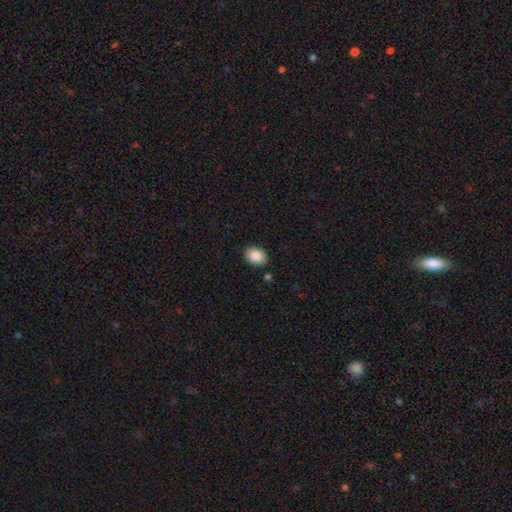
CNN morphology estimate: type=smooth (88%); roundness=in between (73%); merging=none (88%).